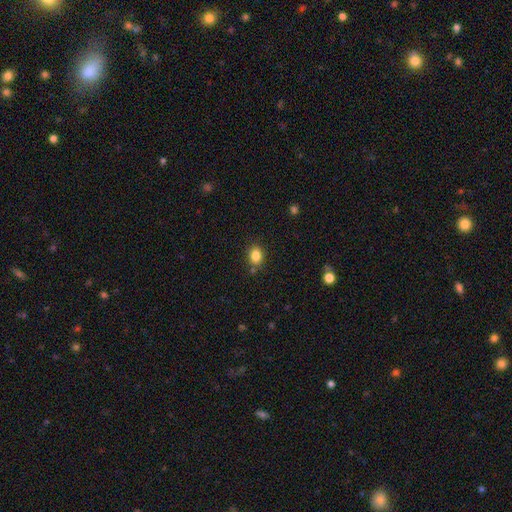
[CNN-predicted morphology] smooth-or-featured: smooth: 84% | star or artifact: 10% | featured or disk: 5%
  how-rounded: in between: 58% | round: 41% | cigar-shaped: 1%
  merging: none: 80% | minor disturbance: 12% | merger: 5% | major disturbance: 3%